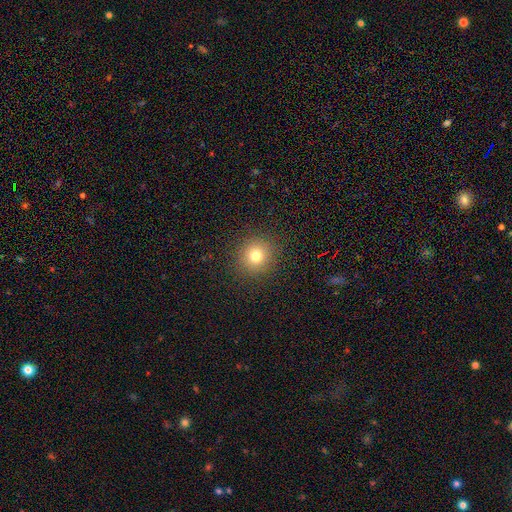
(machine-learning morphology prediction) A smooth galaxy with no disk features (77%) that is round (93%). Merging: none (90%).